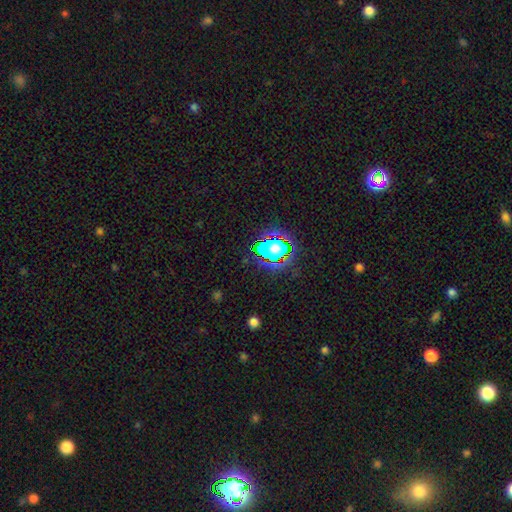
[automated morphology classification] Overall: star or artifact (79%).